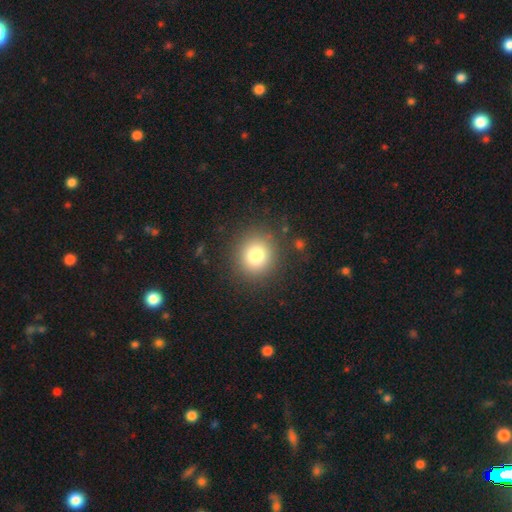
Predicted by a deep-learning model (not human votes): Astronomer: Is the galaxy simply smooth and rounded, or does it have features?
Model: smooth — 78%.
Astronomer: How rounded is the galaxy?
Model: round — 89%.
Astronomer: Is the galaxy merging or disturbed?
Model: none — 88%.